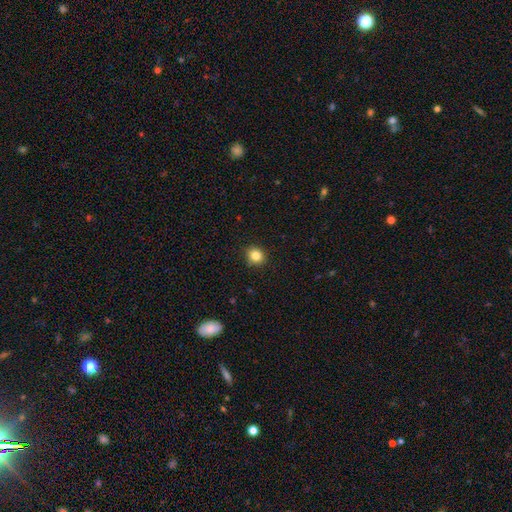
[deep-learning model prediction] Smooth or featured? smooth (84%)
How rounded? round (83%)
Merging? none (88%)